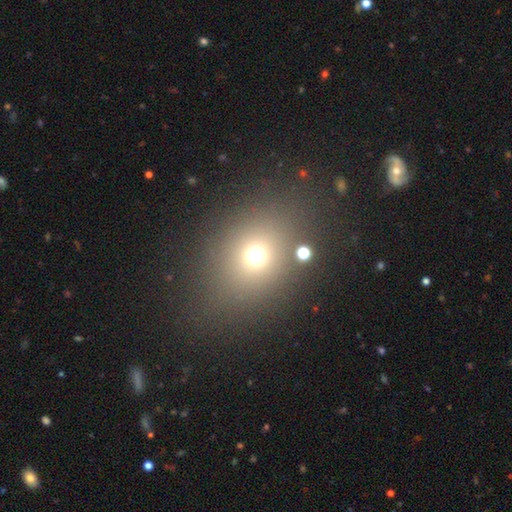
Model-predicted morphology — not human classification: Smooth or featured? Predicted: smooth (p=0.68). How rounded? Predicted: round (p=0.63). Merging? Predicted: none (p=0.77).